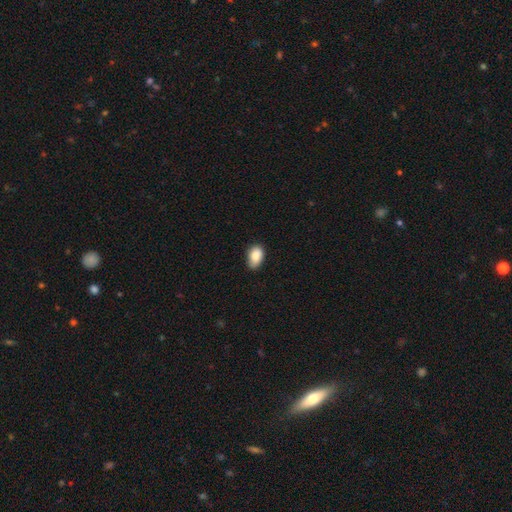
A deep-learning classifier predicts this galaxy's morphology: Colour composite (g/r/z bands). It shows a smooth galaxy with no disk features (86%) that is in between round and cigar-shaped (88%). Merging: none (71%).